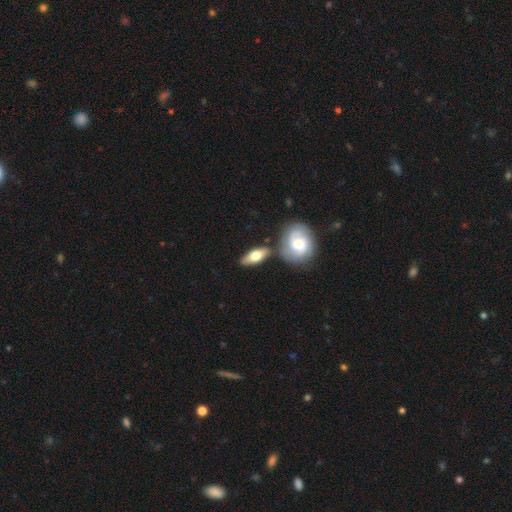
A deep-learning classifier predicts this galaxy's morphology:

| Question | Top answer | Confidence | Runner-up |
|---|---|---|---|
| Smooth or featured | smooth | 56% | featured or disk (39%) |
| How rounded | in between | 75% | cigar-shaped (20%) |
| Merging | none | 65% | merger (15%) |